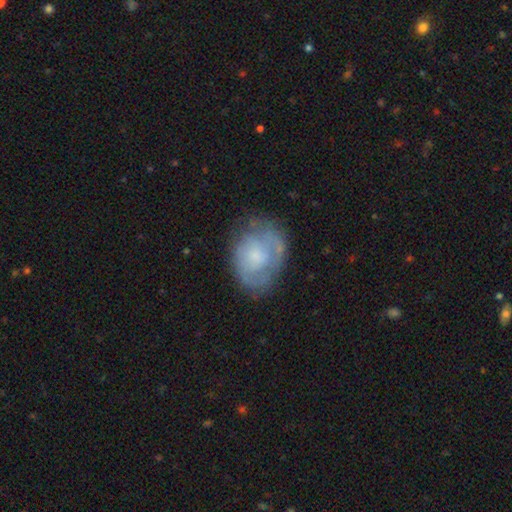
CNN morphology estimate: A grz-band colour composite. It shows a featured or disk galaxy (56%) with no bar (79%), spiral arms (60%) and a small central bulge (38%). Merging: none (63%).